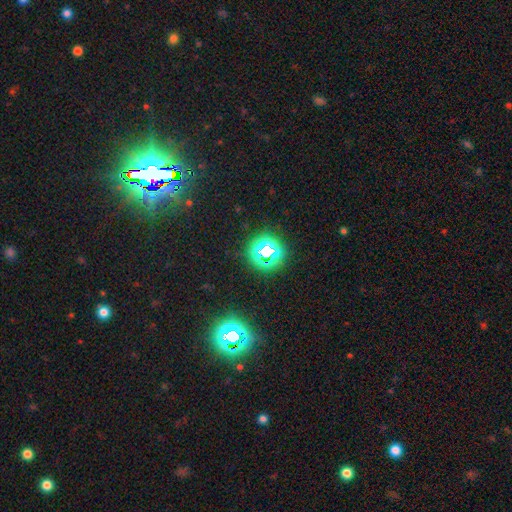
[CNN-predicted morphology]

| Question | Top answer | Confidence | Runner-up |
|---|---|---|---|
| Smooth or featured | star or artifact | 77% | smooth (17%) |